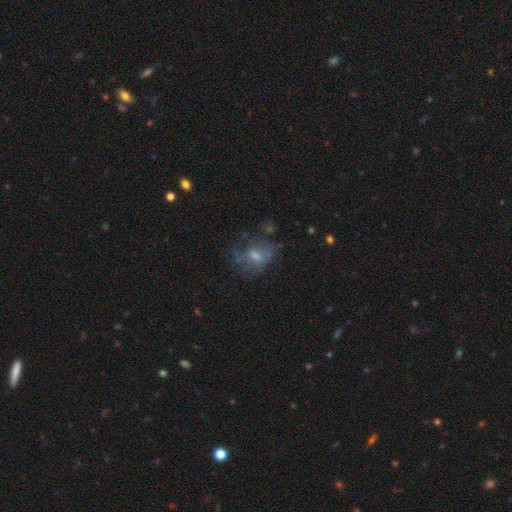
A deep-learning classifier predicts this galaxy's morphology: smooth_or_featured: featured or disk (p=0.44) [alt: smooth p=0.39]
merging: none (p=0.52) [alt: minor disturbance p=0.23]